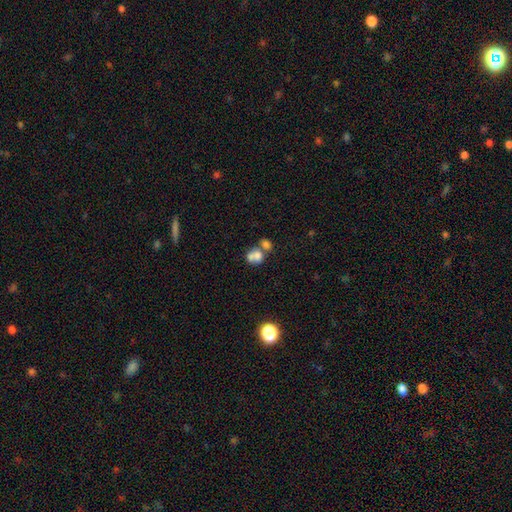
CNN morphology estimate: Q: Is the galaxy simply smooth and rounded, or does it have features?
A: smooth — 67%.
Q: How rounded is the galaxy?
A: round — 53%.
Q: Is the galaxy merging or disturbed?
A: merger — 63%.